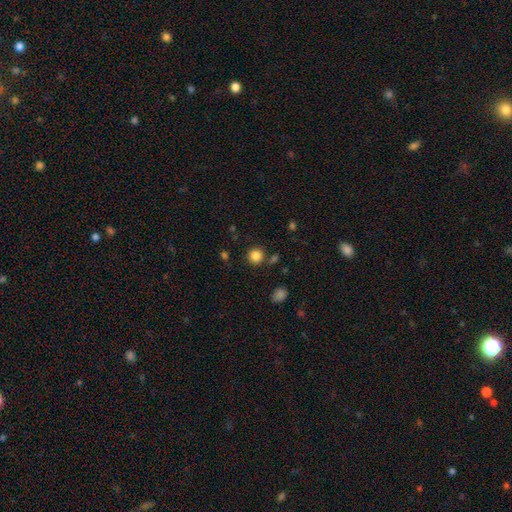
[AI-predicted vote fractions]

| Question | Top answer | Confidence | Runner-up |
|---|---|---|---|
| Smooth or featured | smooth | 84% | star or artifact (11%) |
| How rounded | round | 92% | in between (7%) |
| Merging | none | 84% | minor disturbance (8%) |